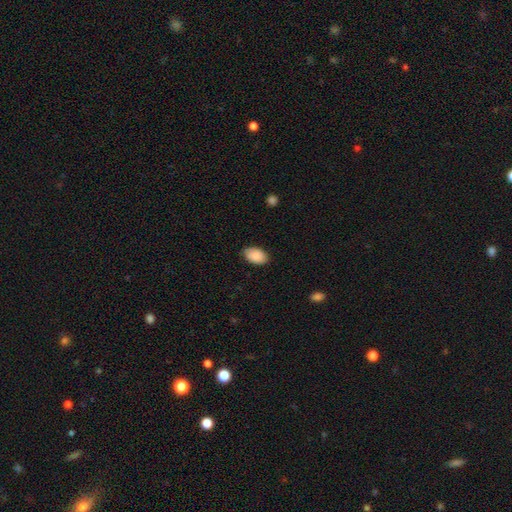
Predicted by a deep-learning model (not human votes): Morphology: type=smooth (88%); roundness=in between (92%); merging=none (82%).